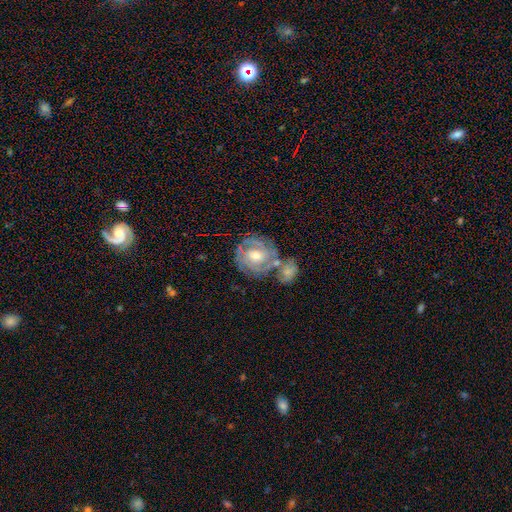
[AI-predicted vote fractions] Morphology: type=featured or disk (81%); edge-on=no (97%); bar=no (56%); spiral arms=yes (94%); winding=tight (74%); arm count=2 (36%); bulge=moderate (61%); merging=none (55%).